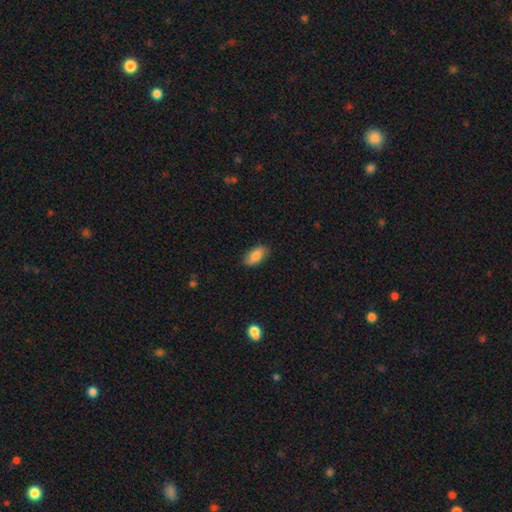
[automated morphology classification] smooth 82%, featured or disk 11%, star or artifact 7%. Down the decision tree: how rounded — in between (90%); merging — none (84%).